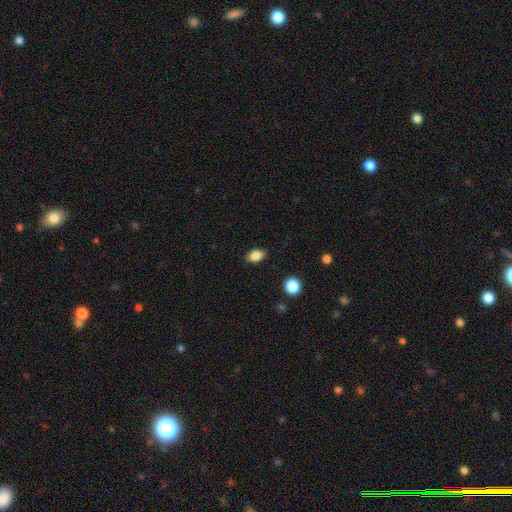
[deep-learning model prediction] Morphology: type=smooth (86%); roundness=in between (85%); merging=none (87%).